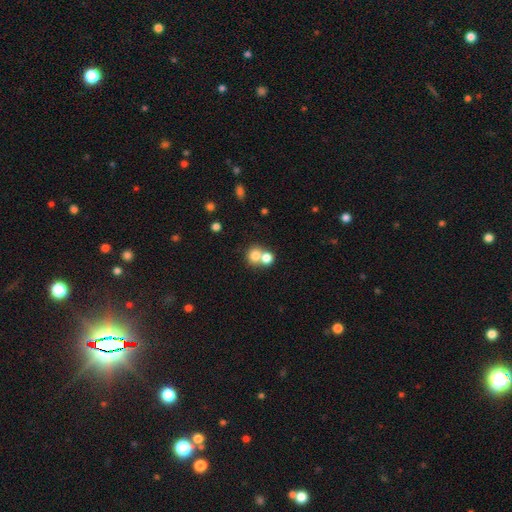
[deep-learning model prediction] A smooth galaxy with no disk features (76%) that is round (81%).

Vote fractions:
- Smooth or featured? smooth: 76% / star or artifact: 12% / featured or disk: 12%
- How rounded? round: 81% / in between: 18% / cigar-shaped: 1%
- Merging? merger: 52% / none: 39% / minor disturbance: 6% / major disturbance: 3%